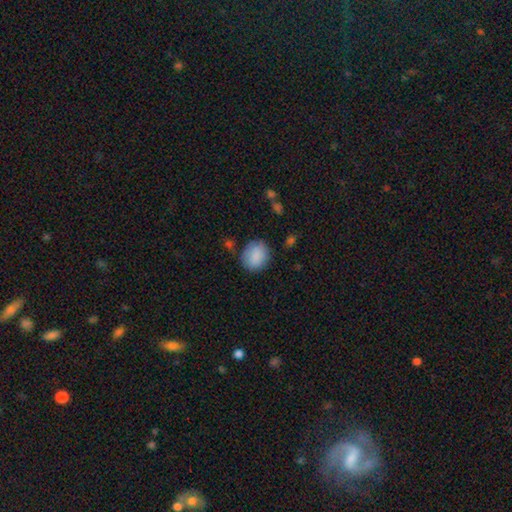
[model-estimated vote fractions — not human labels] smooth_or_featured: smooth (p=0.87) [alt: star or artifact p=0.07]
how_rounded: round (p=0.65) [alt: in between p=0.34]
merging: none (p=0.77) [alt: minor disturbance p=0.16]